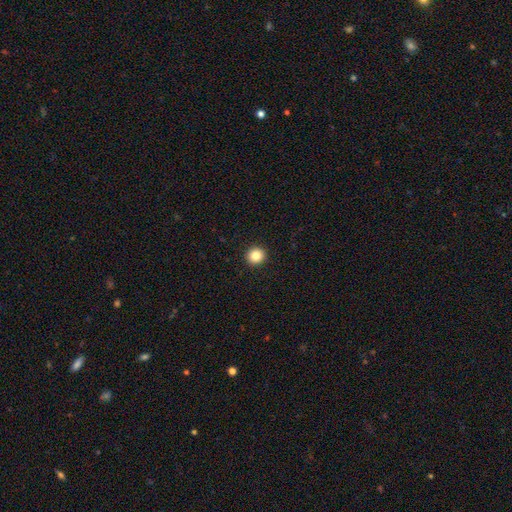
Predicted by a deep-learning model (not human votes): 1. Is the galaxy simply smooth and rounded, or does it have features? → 84% smooth, 10% star or artifact, 6% featured or disk.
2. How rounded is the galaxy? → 92% round, 7% in between, 1% cigar-shaped.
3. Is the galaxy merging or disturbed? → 94% none, 4% minor disturbance, 1% major disturbance, 1% merger.